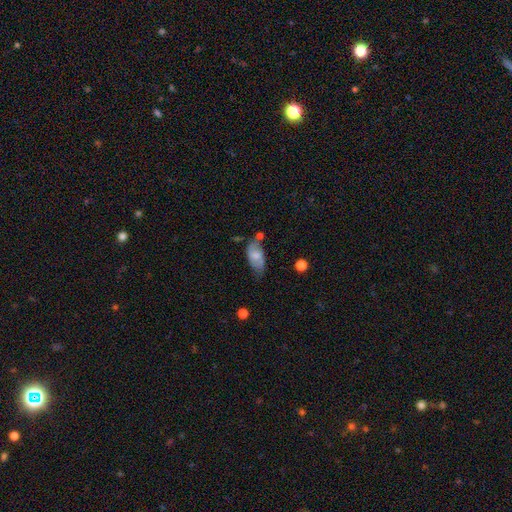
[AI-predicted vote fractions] smooth-or-featured: smooth: 62% | featured or disk: 30% | star or artifact: 7%
  how-rounded: in between: 91% | cigar-shaped: 6% | round: 4%
  merging: none: 50% | minor disturbance: 32% | major disturbance: 10% | merger: 8%